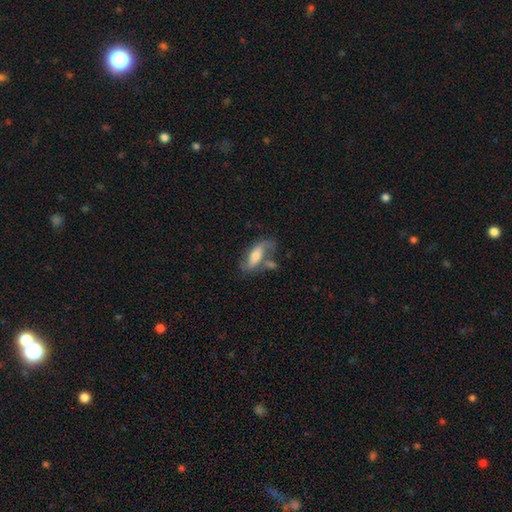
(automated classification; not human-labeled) Q: Smooth or featured?
A: featured or disk (57%); runner-up: smooth (35%)
Q: Edge-on disk?
A: no (82%); runner-up: yes (18%)
Q: Merging?
A: none (48%); runner-up: minor disturbance (20%)